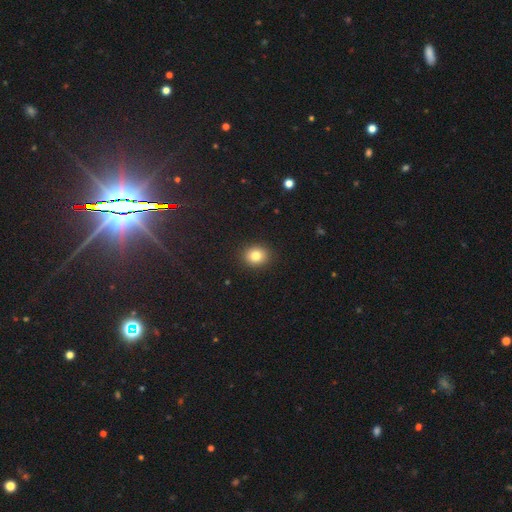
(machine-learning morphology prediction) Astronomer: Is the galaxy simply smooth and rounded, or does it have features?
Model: smooth — 82%.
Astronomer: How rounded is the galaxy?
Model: round — 72%.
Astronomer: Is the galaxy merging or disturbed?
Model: none — 91%.